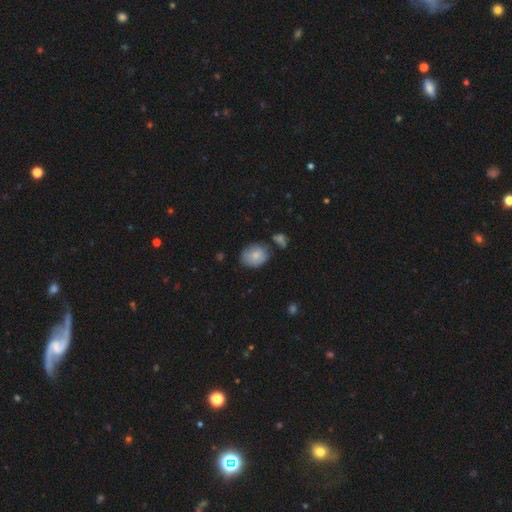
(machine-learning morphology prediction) The model was most divided on "how rounded": in between: 60%, round: 39%, cigar-shaped: 1%. More confident: smooth or featured — smooth (79%); merging — none (64%).